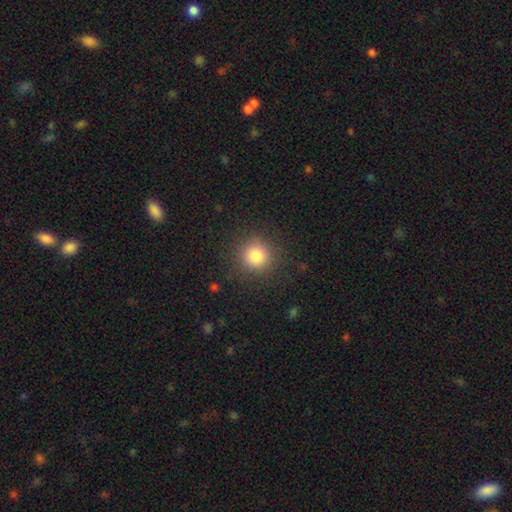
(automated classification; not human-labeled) A smooth galaxy with no disk features (83%) that is round (93%).

Vote fractions:
- Smooth or featured? smooth: 83% / star or artifact: 12% / featured or disk: 6%
- How rounded? round: 93% / in between: 6% / cigar-shaped: 1%
- Merging? none: 88% / minor disturbance: 8% / major disturbance: 3% / merger: 1%